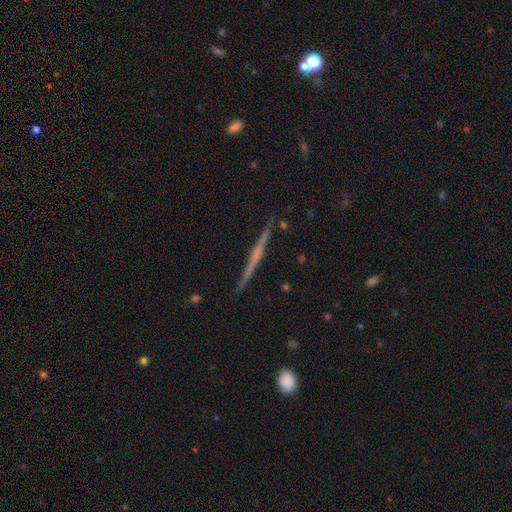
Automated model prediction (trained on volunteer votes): Morphology: type=featured or disk (75%); edge-on=yes (98%); edge-on bulge=rounded (44%); merging=none (92%).